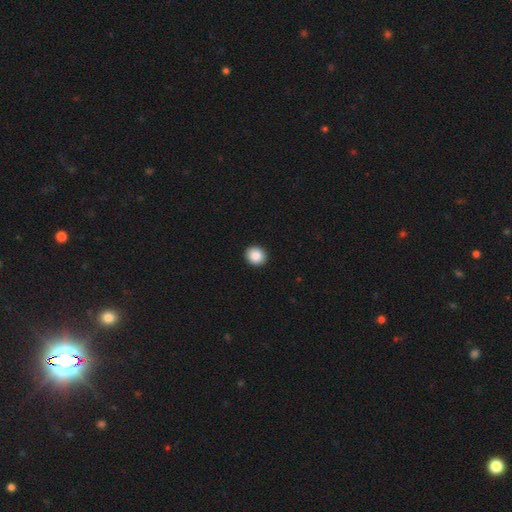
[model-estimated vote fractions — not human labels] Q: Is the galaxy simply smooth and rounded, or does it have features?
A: smooth — 88%.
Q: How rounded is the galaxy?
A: round — 81%.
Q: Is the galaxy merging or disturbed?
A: none — 93%.